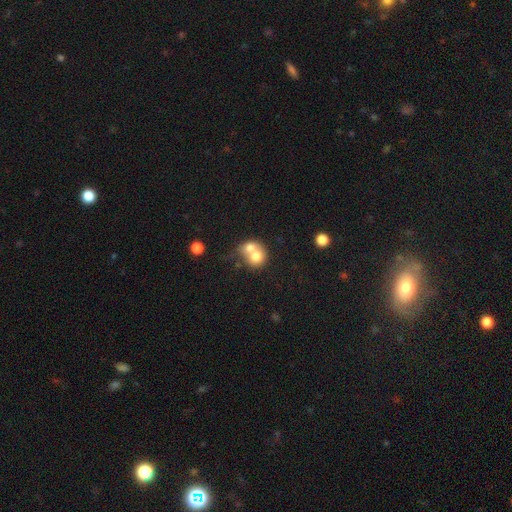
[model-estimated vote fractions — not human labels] This is likely a smooth galaxy (69%). How rounded: likely round (72%). Merging: likely merger (72%).